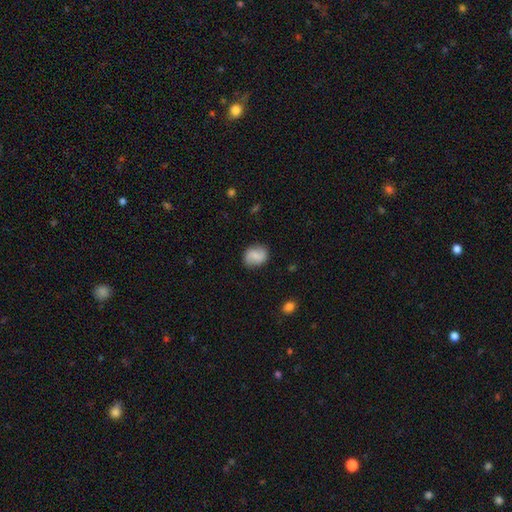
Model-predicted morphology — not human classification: smooth 58%, featured or disk 34%, star or artifact 8%. Down the decision tree: how rounded — round (55%); merging — none (80%).